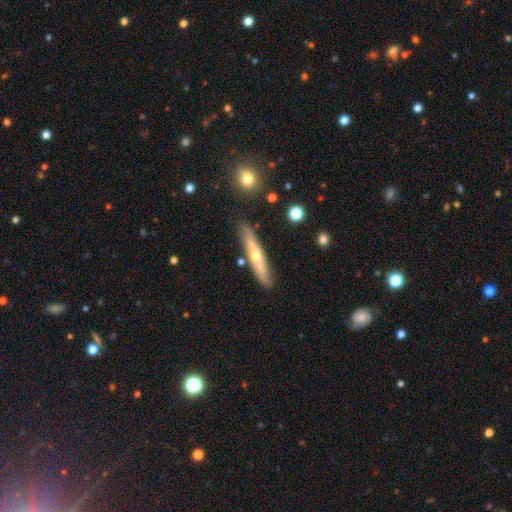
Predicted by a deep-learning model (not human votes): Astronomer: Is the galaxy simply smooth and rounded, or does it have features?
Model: featured or disk — 53% (runner-up: smooth, 41%).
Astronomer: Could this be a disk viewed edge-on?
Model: yes — 86%.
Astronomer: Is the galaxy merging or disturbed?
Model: none — 84%.